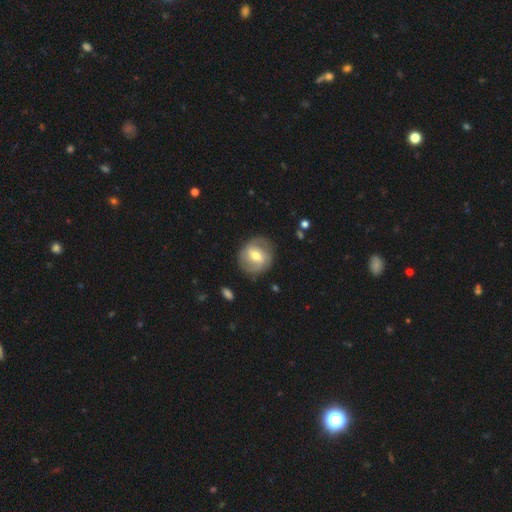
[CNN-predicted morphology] Smooth or featured? Predicted: featured or disk (p=0.57). Edge-on disk? Predicted: no (p=0.96). Bar? Predicted: weak (p=0.49). Spiral arms? Predicted: yes (p=0.68). Bulge size? Predicted: moderate (p=0.70). Merging? Predicted: none (p=0.81).